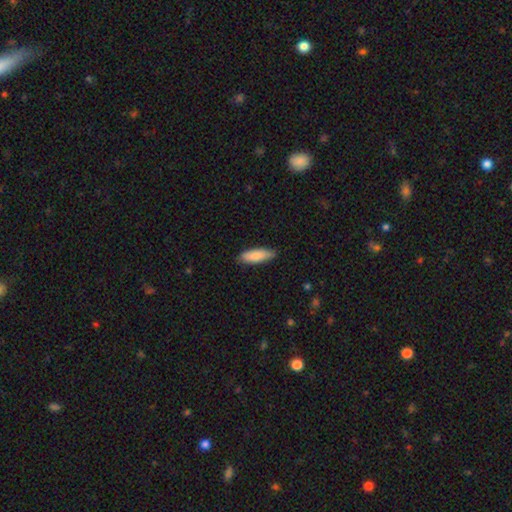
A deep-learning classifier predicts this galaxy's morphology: smooth-or-featured: smooth: 85% | featured or disk: 10% | star or artifact: 5%
  how-rounded: in between: 54% | cigar-shaped: 45% | round: 2%
  merging: none: 84% | minor disturbance: 13% | major disturbance: 2% | merger: 1%